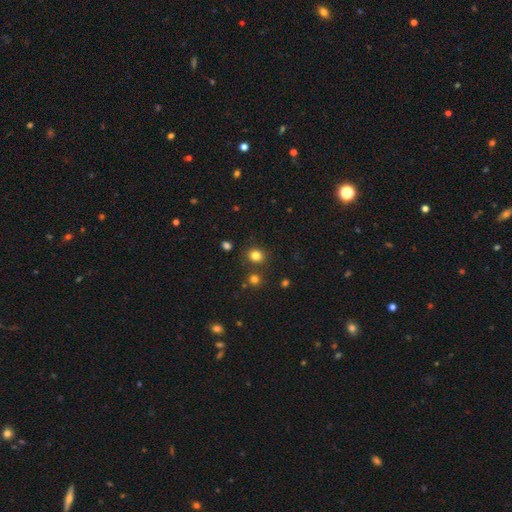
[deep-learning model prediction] A smooth galaxy with no disk features (81%) that is round (71%). Merging: none (82%).